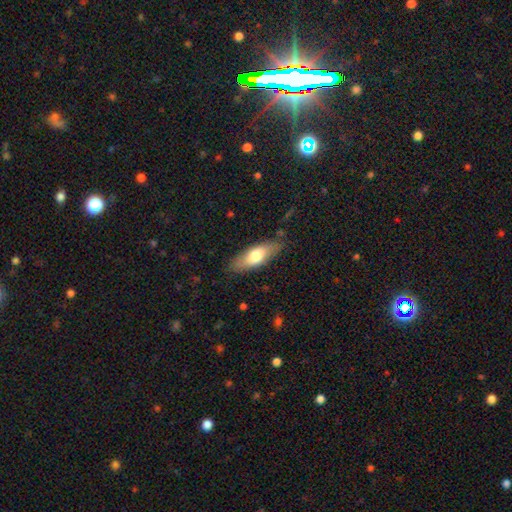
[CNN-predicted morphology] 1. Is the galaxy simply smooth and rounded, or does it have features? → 70% smooth, 24% featured or disk, 6% star or artifact.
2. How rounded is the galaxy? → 69% in between, 28% cigar-shaped, 2% round.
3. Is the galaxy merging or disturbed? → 83% none, 13% minor disturbance, 3% major disturbance, 1% merger.